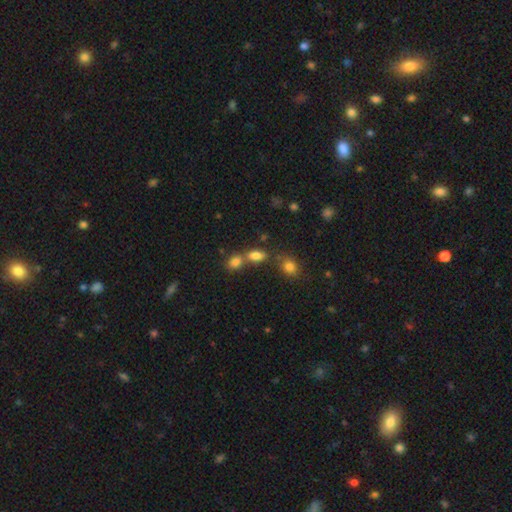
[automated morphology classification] smooth 79%, star or artifact 13%, featured or disk 8%. Down the decision tree: how rounded — in between (81%); merging — none (44%).